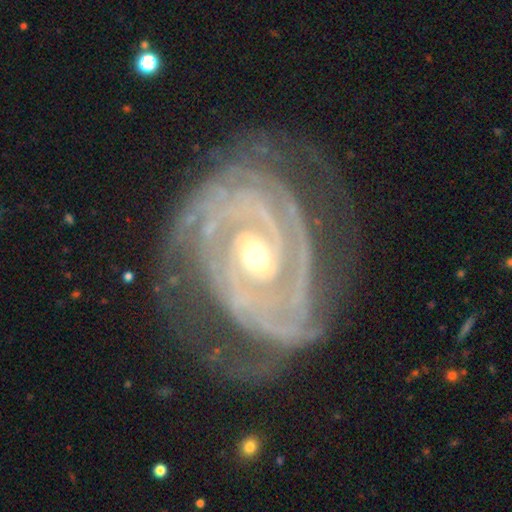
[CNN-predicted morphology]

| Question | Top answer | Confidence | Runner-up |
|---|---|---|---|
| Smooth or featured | featured or disk | 91% | star or artifact (5%) |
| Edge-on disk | no | 96% | yes (4%) |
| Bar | no | 39% | weak (34%) |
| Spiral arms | yes | 97% | no (3%) |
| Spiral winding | tight | 78% | medium (19%) |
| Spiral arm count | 2 | 32% | can't tell (23%) |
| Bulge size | moderate | 56% | small (39%) |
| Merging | none | 69% | minor disturbance (18%) |